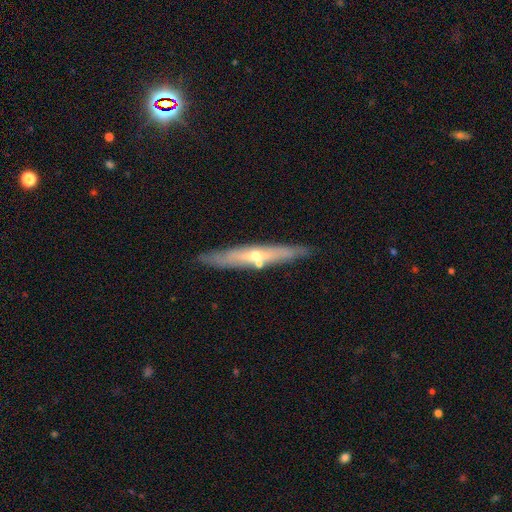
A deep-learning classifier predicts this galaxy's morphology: This is likely a featured or disk galaxy (66%). It is clearly viewed edge-on (87%). Edge-on bulge: likely rounded (72%). Merging: clearly none (85%).